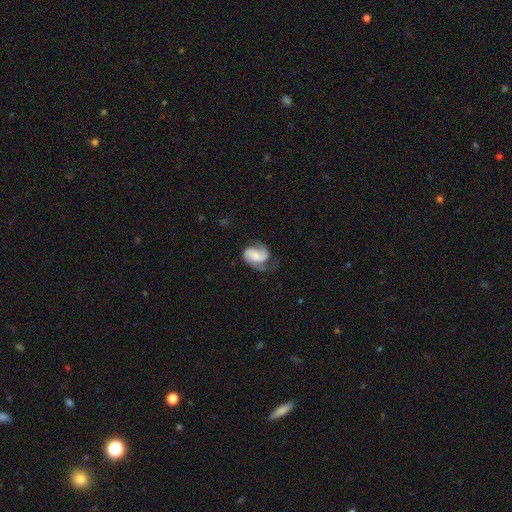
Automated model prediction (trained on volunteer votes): This is likely a featured or disk galaxy (68%). It is clearly not viewed edge-on (98%). Bar: possibly no (45%). Spiral arm pattern: clearly yes (93%). Spiral arm count: likely 2 (70%). Spiral winding: marginally medium (44%). Central bulge: marginally none (32%). Merging: possibly none (46%).